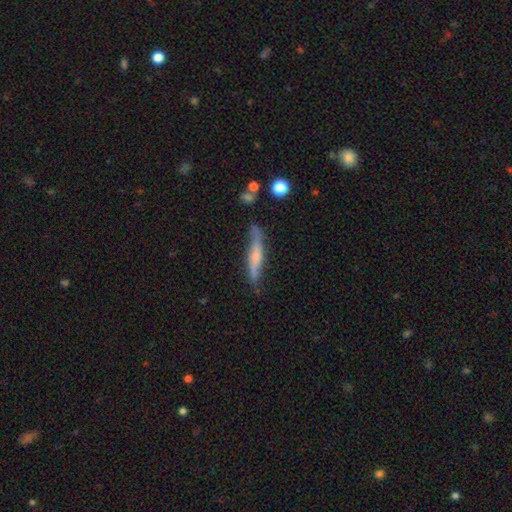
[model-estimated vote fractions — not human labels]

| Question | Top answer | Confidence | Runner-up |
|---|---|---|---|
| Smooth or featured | featured or disk | 51% | smooth (42%) |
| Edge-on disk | yes | 82% | no (18%) |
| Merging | none | 66% | minor disturbance (25%) |